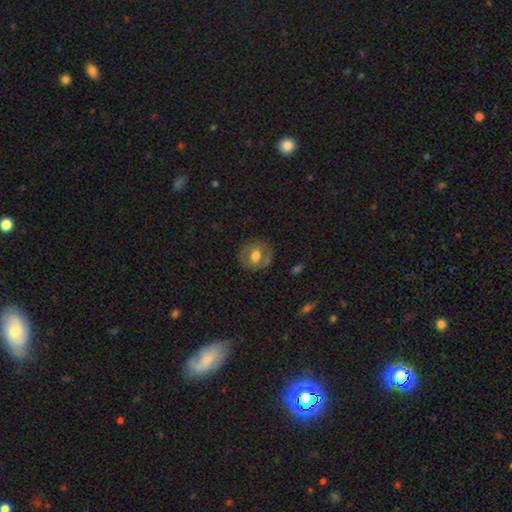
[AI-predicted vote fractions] A smooth galaxy with no disk features (51%) that is round (79%).

Vote fractions:
- Smooth or featured? smooth: 51% / featured or disk: 41% / star or artifact: 8%
- How rounded? round: 79% / in between: 20% / cigar-shaped: 1%
- Merging? none: 81% / minor disturbance: 13% / major disturbance: 5% / merger: 1%